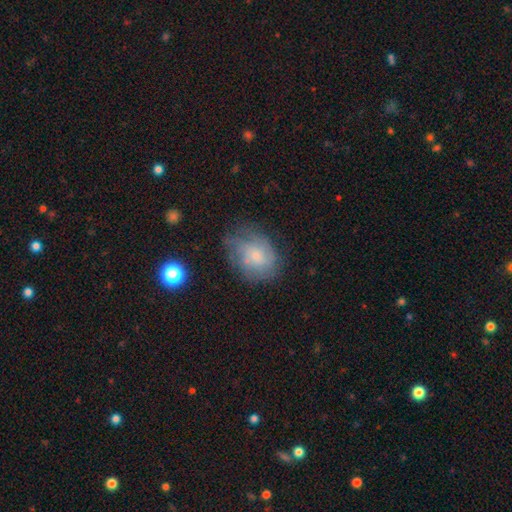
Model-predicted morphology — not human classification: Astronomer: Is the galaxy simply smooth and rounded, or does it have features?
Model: featured or disk — 46% (runner-up: smooth, 44%).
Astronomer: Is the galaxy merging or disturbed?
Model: none — 53% (runner-up: minor disturbance, 29%).